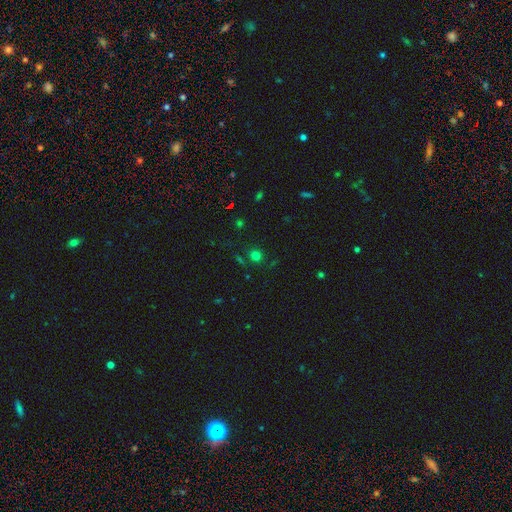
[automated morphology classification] Q: Smooth or featured?
A: smooth (71%); runner-up: star or artifact (24%)
Q: How rounded?
A: round (84%); runner-up: in between (15%)
Q: Merging?
A: none (83%); runner-up: minor disturbance (9%)